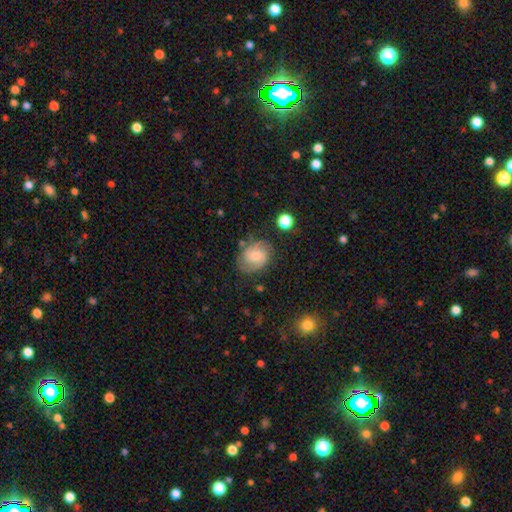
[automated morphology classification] Smooth or featured: featured or disk — 54% (smooth — 37%)
Edge-on disk: no — 97% (yes — 3%)
Bar: no — 64% (weak — 32%)
Spiral arms: yes — 86% (no — 14%)
Bulge size: moderate — 56% (small — 34%)
Merging: none — 70% (minor disturbance — 20%)